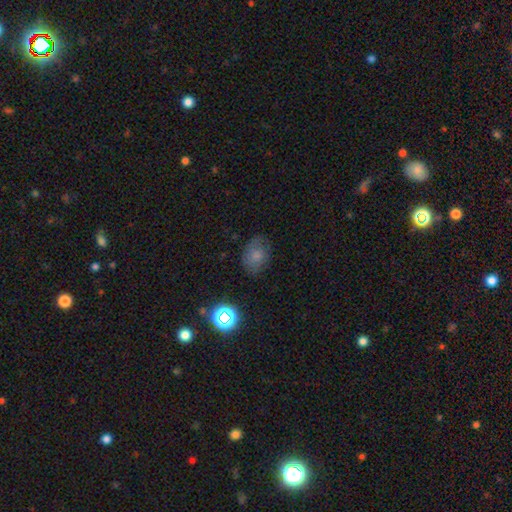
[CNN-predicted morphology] The model was most divided on "how rounded": in between: 70%, round: 29%, cigar-shaped: 1%. More confident: smooth or featured — smooth (72%); merging — none (70%).